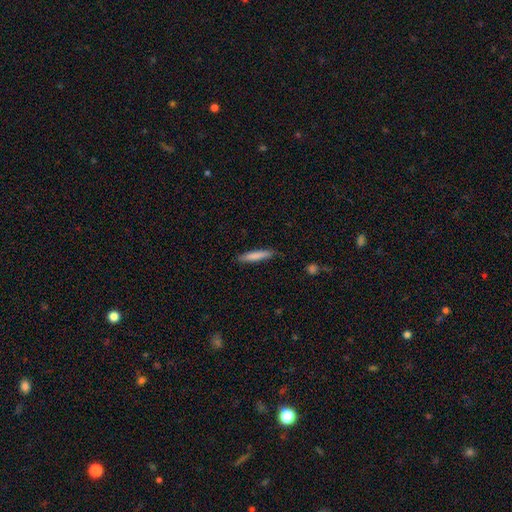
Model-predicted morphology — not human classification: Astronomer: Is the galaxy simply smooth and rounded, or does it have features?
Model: smooth — 79%.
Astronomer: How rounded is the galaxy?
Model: cigar-shaped — 90%.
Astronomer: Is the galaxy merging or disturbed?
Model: none — 81%.